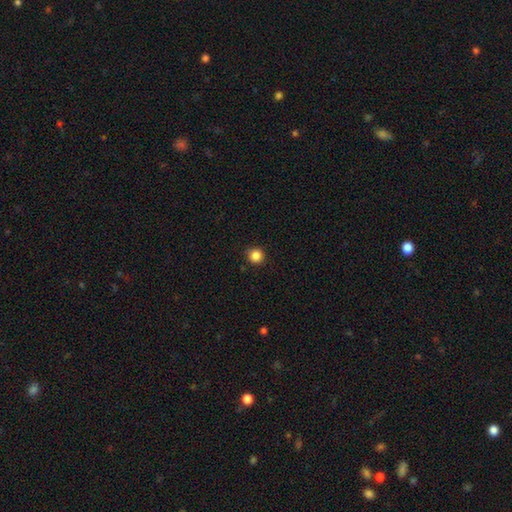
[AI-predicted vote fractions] smooth-or-featured: smooth: 86% | star or artifact: 11% | featured or disk: 3%
  how-rounded: round: 94% | in between: 5% | cigar-shaped: 1%
  merging: none: 91% | minor disturbance: 6% | major disturbance: 2% | merger: 1%